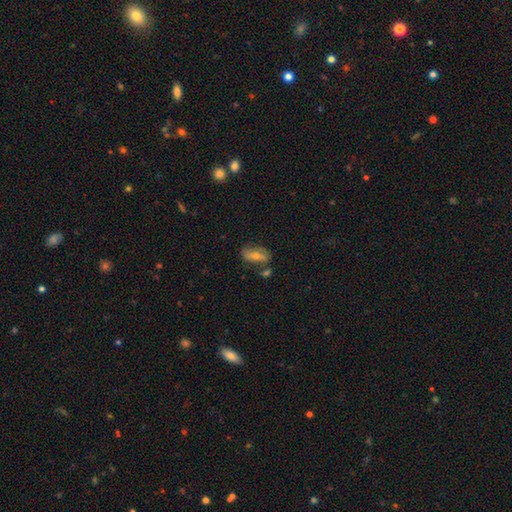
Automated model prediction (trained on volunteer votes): smooth-or-featured: featured or disk: 47% | smooth: 40% | star or artifact: 14%
  merging: none: 69% | minor disturbance: 16% | merger: 8% | major disturbance: 6%